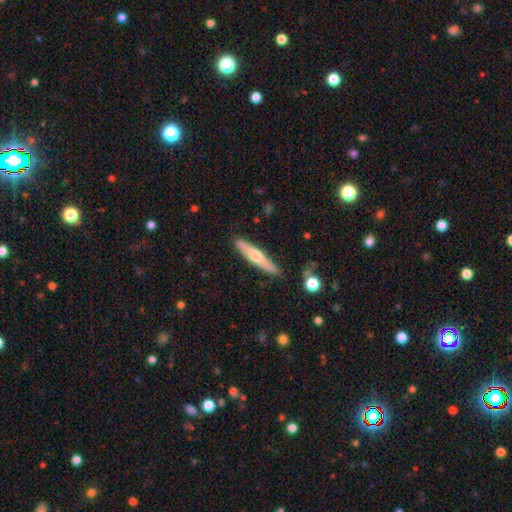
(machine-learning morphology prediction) This appears to be a featured or disk galaxy (47%, tied with smooth). Merging: none (85%).